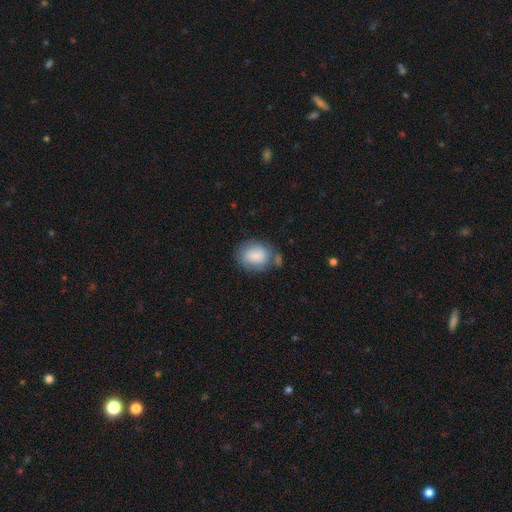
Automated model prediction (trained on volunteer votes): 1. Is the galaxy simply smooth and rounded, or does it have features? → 79% smooth, 14% featured or disk, 7% star or artifact.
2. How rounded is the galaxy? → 57% round, 42% in between, 1% cigar-shaped.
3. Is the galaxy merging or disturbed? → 58% none, 23% minor disturbance, 10% merger, 9% major disturbance.